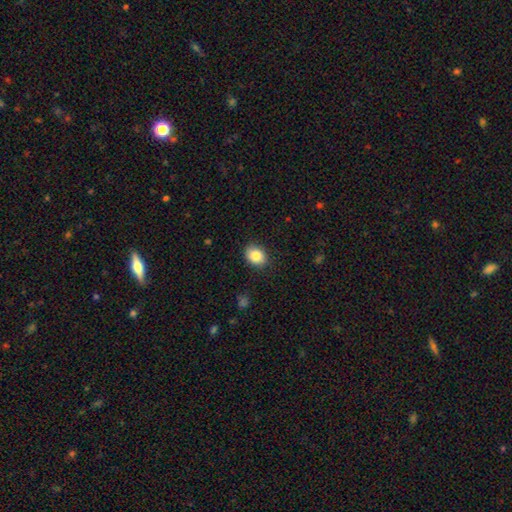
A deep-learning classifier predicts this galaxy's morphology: A smooth galaxy with no disk features (85%) that is in between round and cigar-shaped (56%).

Vote fractions:
- Smooth or featured? smooth: 85% / star or artifact: 8% / featured or disk: 6%
- How rounded? in between: 56% / round: 43% / cigar-shaped: 1%
- Merging? none: 86% / minor disturbance: 11% / major disturbance: 3% / merger: 1%